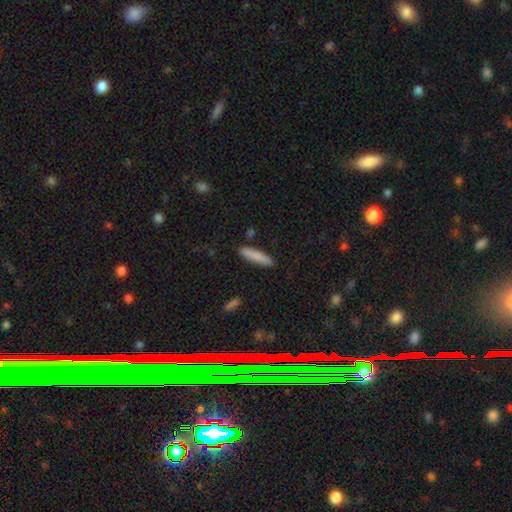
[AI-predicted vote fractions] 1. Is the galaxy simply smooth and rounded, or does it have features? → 83% smooth, 11% featured or disk, 6% star or artifact.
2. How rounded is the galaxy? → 87% cigar-shaped, 12% in between, 1% round.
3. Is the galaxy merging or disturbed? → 88% none, 8% minor disturbance, 2% merger, 2% major disturbance.